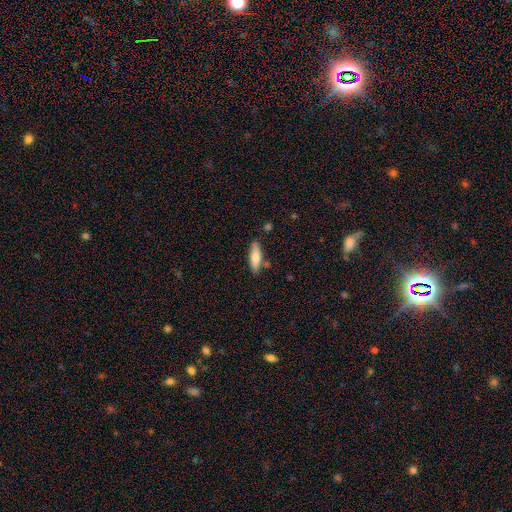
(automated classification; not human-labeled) Smooth or featured: smooth — 76% (featured or disk — 19%)
How rounded: in between — 51% (cigar-shaped — 47%)
Merging: none — 79% (minor disturbance — 13%)